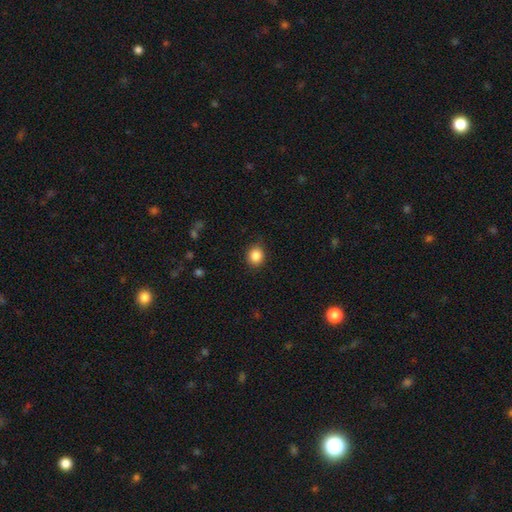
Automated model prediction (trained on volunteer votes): Smooth or featured?
  - smooth: 87% *
  - star or artifact: 10%
  - featured or disk: 4%
How rounded?
  - round: 81% *
  - in between: 18%
  - cigar-shaped: 1%
Merging?
  - none: 87% *
  - minor disturbance: 10%
  - major disturbance: 2%
  - merger: 1%